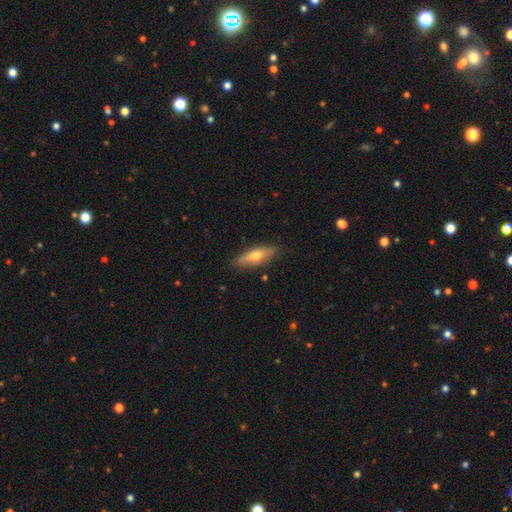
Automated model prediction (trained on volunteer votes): This is possibly a smooth galaxy (54%). How rounded: likely cigar-shaped (60%). Merging: clearly none (86%).